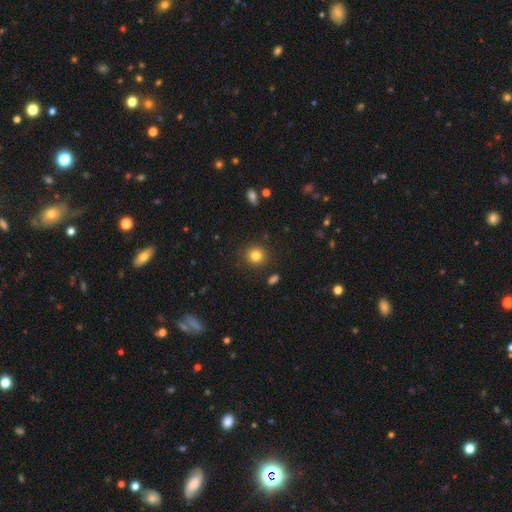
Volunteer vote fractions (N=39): This appears to be a smooth galaxy with no disk features (87%) that is round (97%). Merging: none (94%).